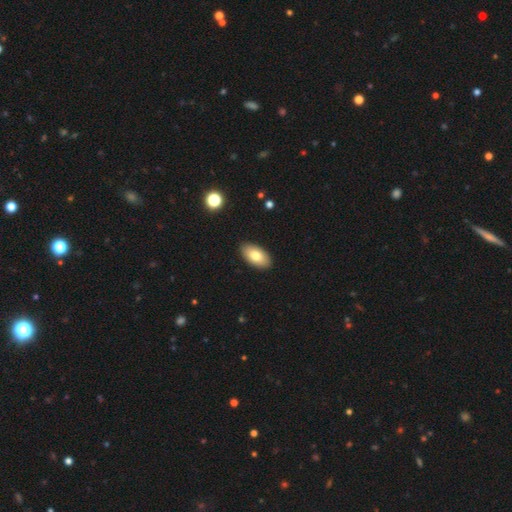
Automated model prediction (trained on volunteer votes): A smooth galaxy with no disk features (78%) that is in between round and cigar-shaped (94%).

Vote fractions:
- Smooth or featured? smooth: 78% / featured or disk: 15% / star or artifact: 7%
- How rounded? in between: 94% / round: 3% / cigar-shaped: 3%
- Merging? none: 89% / minor disturbance: 8% / major disturbance: 2% / merger: 1%